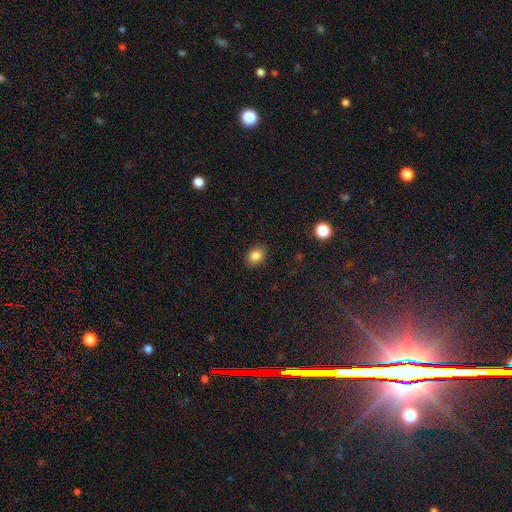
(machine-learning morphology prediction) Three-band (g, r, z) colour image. It shows a smooth galaxy with no disk features (84%) that is in between round and cigar-shaped (64%). Merging: none (86%).